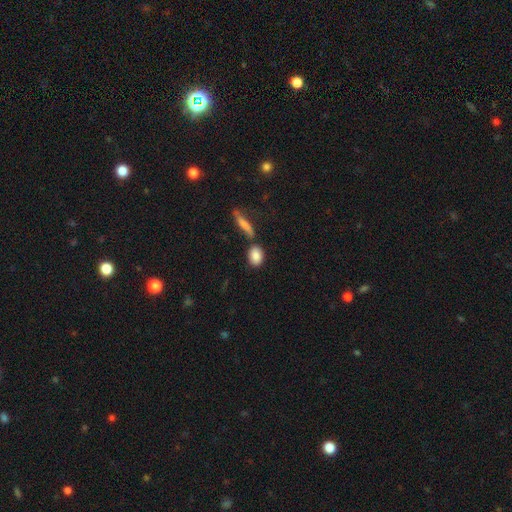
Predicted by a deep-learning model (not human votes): smooth 86%, star or artifact 7%, featured or disk 7%. Down the decision tree: how rounded — in between (75%); merging — none (68%).